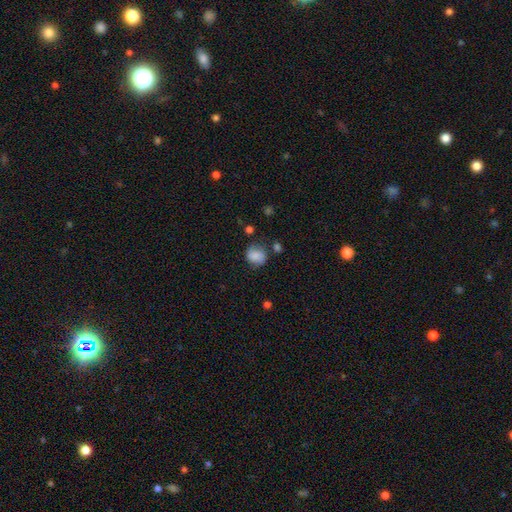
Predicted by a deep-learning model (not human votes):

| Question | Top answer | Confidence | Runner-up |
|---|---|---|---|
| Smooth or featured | smooth | 79% | featured or disk (12%) |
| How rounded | round | 72% | in between (27%) |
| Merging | none | 67% | minor disturbance (21%) |